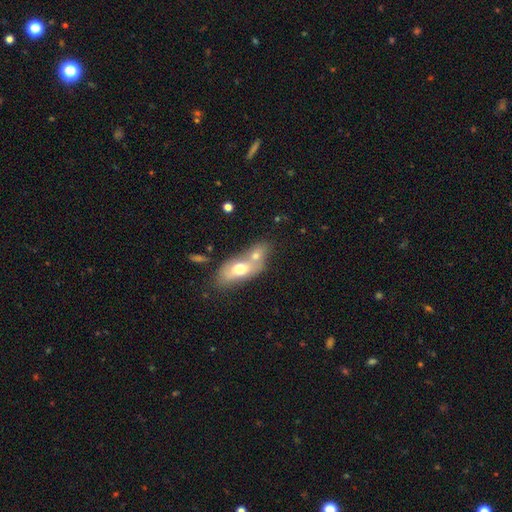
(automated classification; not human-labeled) smooth 66%, featured or disk 26%, star or artifact 8%. Down the decision tree: how rounded — in between (77%); merging — merger (66%).